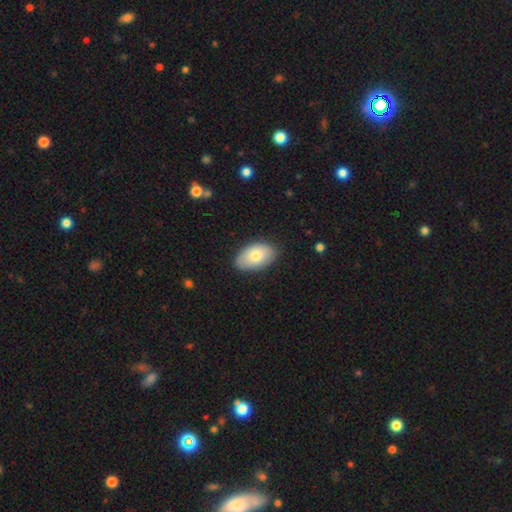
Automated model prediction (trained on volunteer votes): Smooth or featured? smooth (77%)
How rounded? in between (93%)
Merging? none (85%)